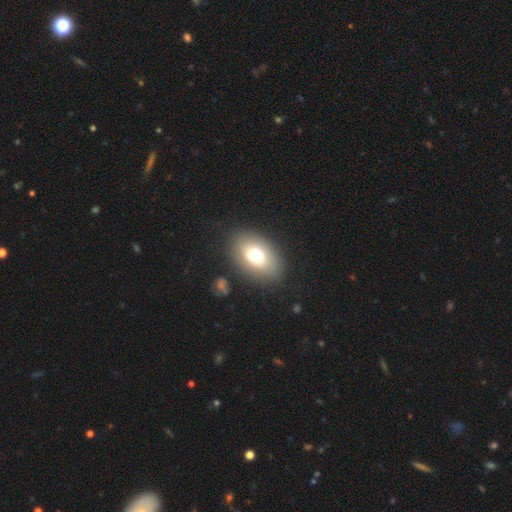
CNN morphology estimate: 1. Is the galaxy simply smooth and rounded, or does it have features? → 75% smooth, 16% featured or disk, 8% star or artifact.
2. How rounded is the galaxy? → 88% in between, 11% round, 1% cigar-shaped.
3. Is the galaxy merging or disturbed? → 82% none, 11% minor disturbance, 4% major disturbance, 2% merger.